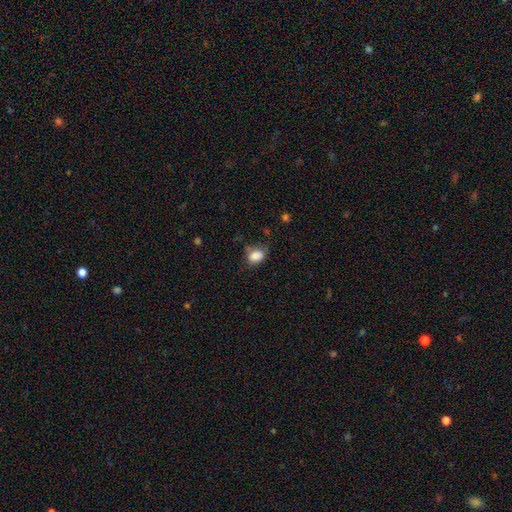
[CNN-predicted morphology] type=smooth (84%); roundness=in between (64%); merging=none (57%).